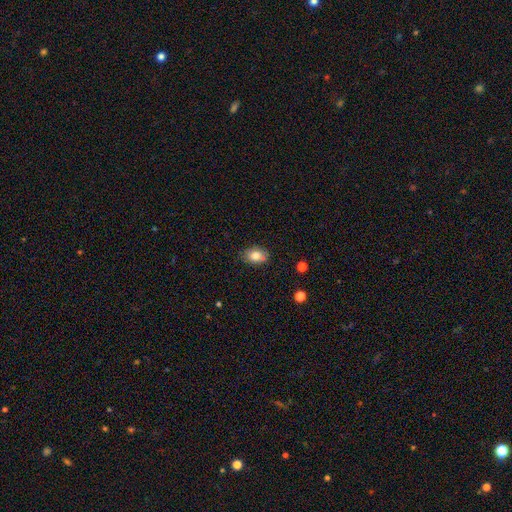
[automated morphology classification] type=smooth (81%); roundness=in between (76%); merging=none (77%).